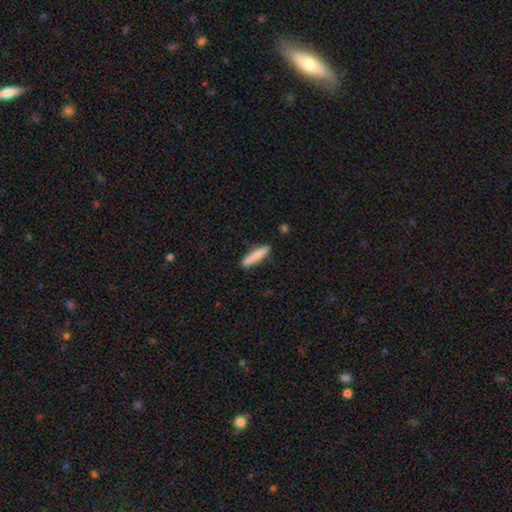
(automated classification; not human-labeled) Smooth or featured? Predicted: smooth (p=0.83). How rounded? Predicted: cigar-shaped (p=0.87). Merging? Predicted: none (p=0.83).